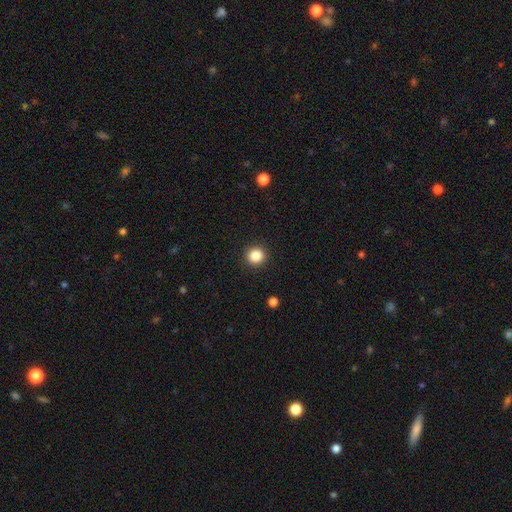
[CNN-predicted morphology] Smooth or featured? smooth (85%)
How rounded? round (91%)
Merging? none (92%)